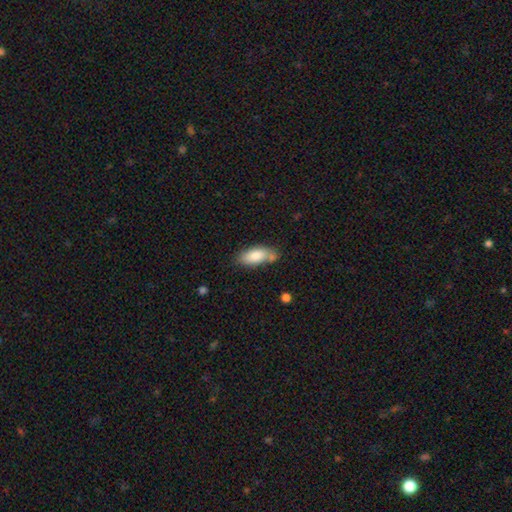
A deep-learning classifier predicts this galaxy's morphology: The model was most divided on "merging": none: 60%, minor disturbance: 22%, merger: 14%, major disturbance: 5%. More confident: how rounded — in between (83%); smooth or featured — smooth (81%).